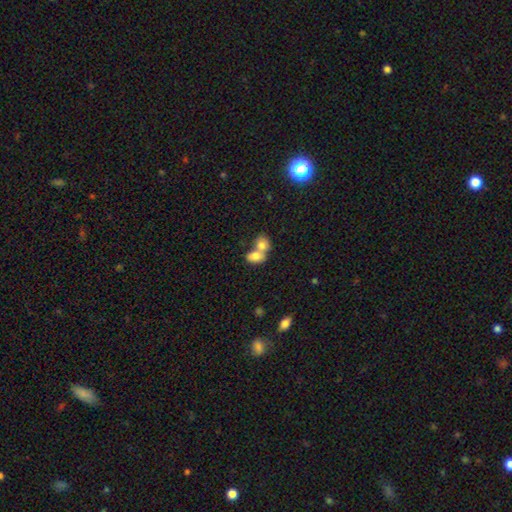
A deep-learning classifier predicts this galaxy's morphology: Smooth or featured: smooth — 78% (featured or disk — 14%)
How rounded: in between — 72% (round — 26%)
Merging: merger — 70% (none — 21%)